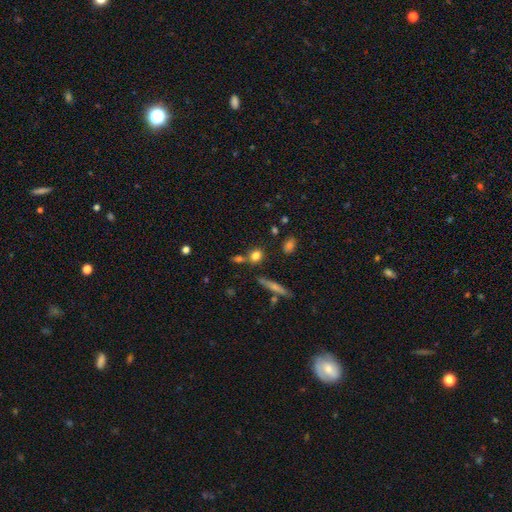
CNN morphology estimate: smooth_or_featured: smooth (p=0.77) [alt: star or artifact p=0.12]
how_rounded: round (p=0.53) [alt: in between p=0.38]
merging: none (p=0.63) [alt: merger p=0.20]